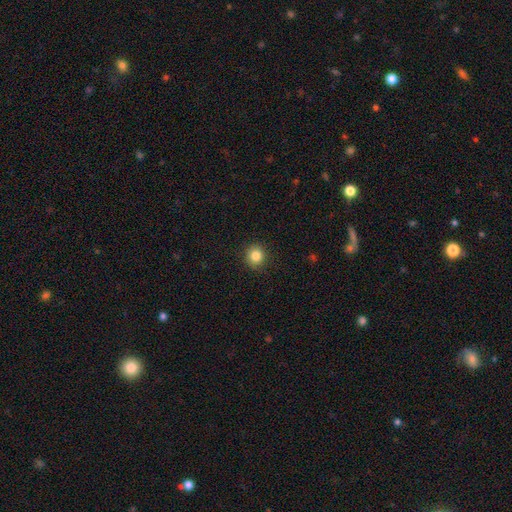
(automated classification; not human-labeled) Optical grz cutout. It shows a smooth galaxy with no disk features (85%) that is round (89%). Merging: none (90%).